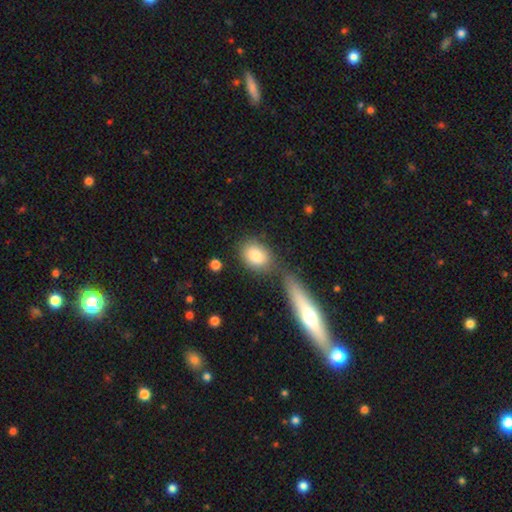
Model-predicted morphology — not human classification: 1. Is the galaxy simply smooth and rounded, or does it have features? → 83% smooth, 10% featured or disk, 7% star or artifact.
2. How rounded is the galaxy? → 68% in between, 30% round, 2% cigar-shaped.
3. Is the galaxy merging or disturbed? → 60% none, 21% merger, 14% minor disturbance, 5% major disturbance.